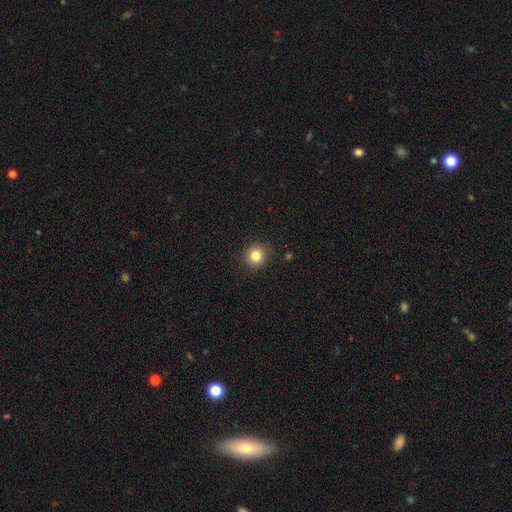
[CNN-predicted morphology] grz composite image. It shows a smooth galaxy with no disk features (83%) that is round (88%). Merging: none (88%).